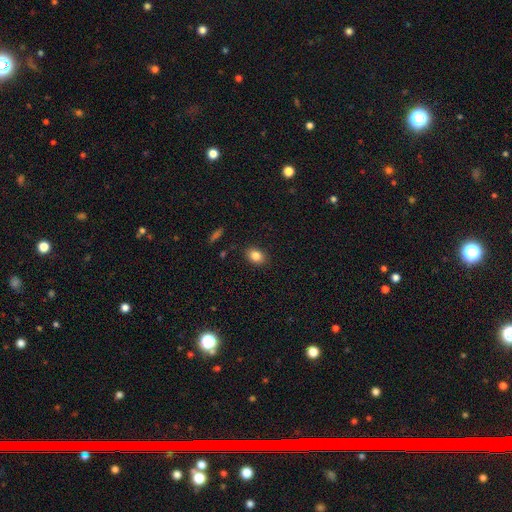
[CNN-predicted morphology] This is clearly a smooth galaxy (84%). How rounded: likely in between (71%). Merging: clearly none (88%).